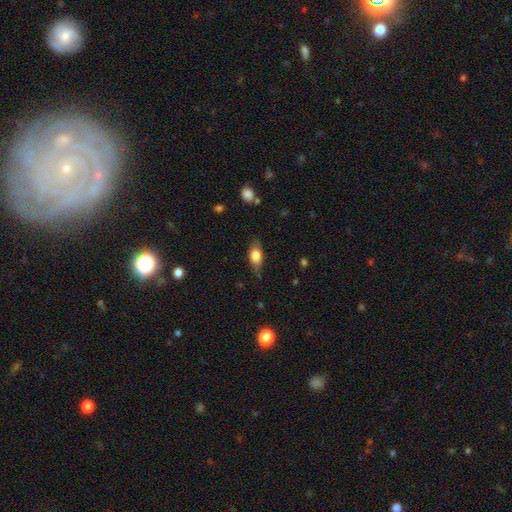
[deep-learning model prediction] This appears to be a smooth galaxy with no disk features (75%) that is in between round and cigar-shaped (83%). Merging: none (73%).